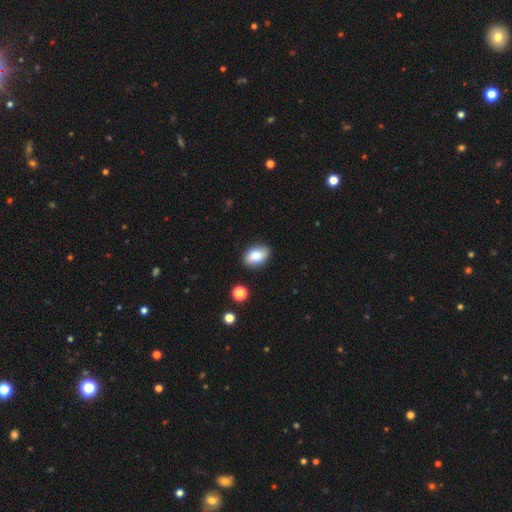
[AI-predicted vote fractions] smooth_or_featured: smooth (p=0.78) [alt: featured or disk p=0.14]
how_rounded: in between (p=0.88) [alt: round p=0.10]
merging: none (p=0.87) [alt: minor disturbance p=0.09]